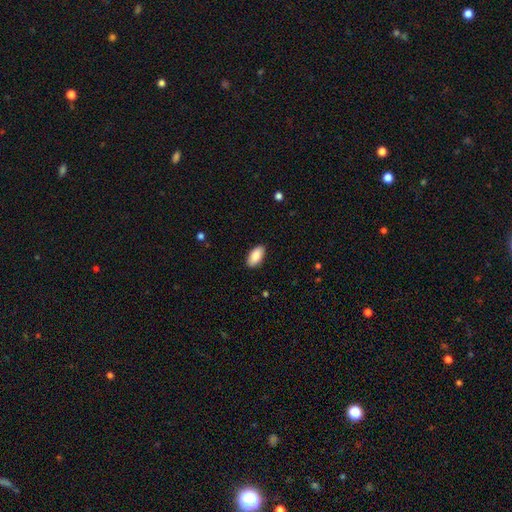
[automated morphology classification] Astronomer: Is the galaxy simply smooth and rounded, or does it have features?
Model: smooth — 89%.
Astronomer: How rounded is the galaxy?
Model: in between — 94%.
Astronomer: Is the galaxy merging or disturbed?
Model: none — 88%.